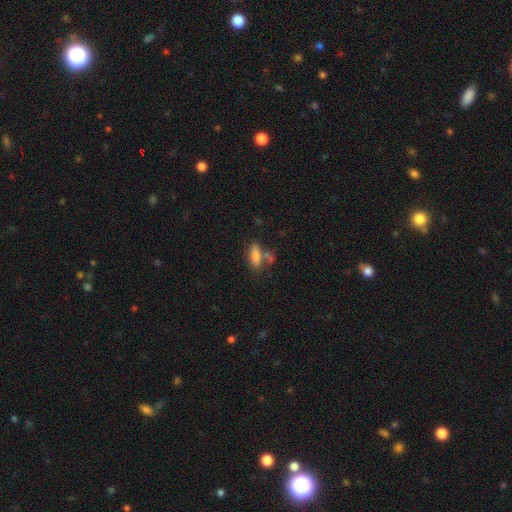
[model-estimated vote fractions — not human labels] Smooth or featured? smooth (77%)
How rounded? in between (68%)
Merging? none (52%)